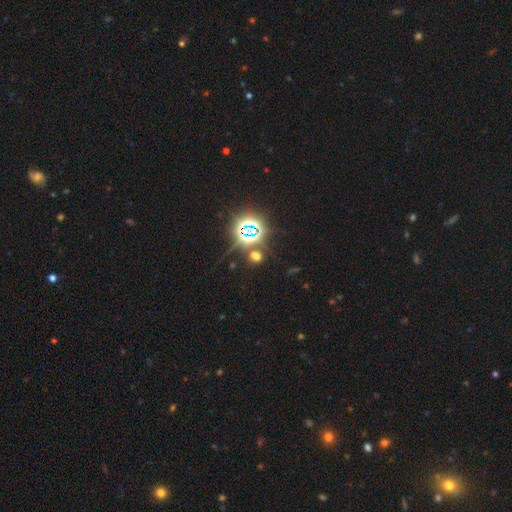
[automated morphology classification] type=star or artifact (57%).